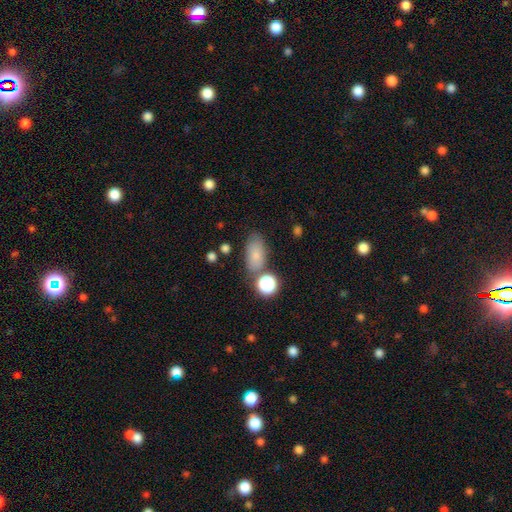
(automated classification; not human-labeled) smooth_or_featured: smooth (p=0.77) [alt: star or artifact p=0.12]
how_rounded: in between (p=0.87) [alt: round p=0.09]
merging: none (p=0.66) [alt: minor disturbance p=0.18]